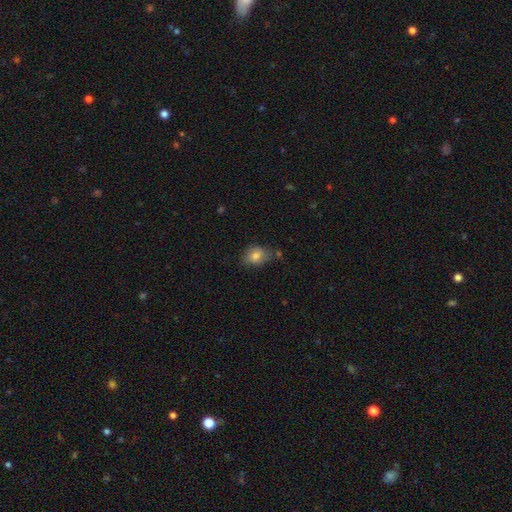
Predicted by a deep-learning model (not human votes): Q: Smooth or featured?
A: smooth (78%); runner-up: featured or disk (13%)
Q: How rounded?
A: in between (64%); runner-up: round (35%)
Q: Merging?
A: none (63%); runner-up: minor disturbance (27%)